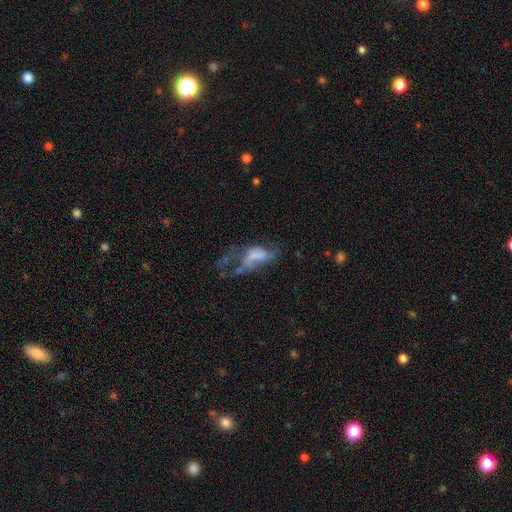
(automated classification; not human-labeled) Morphology: type=featured or disk (44%); merging=major disturbance (49%).